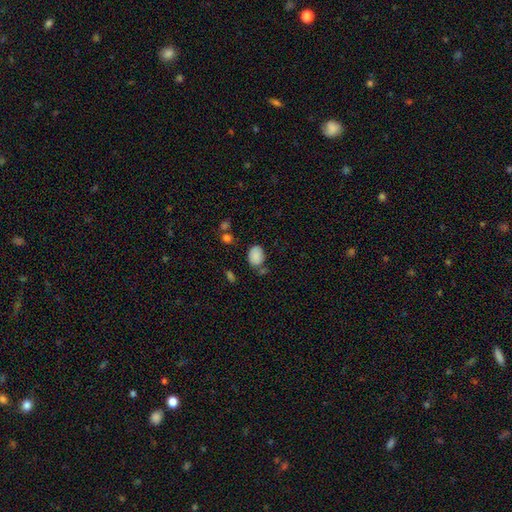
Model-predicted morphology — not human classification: Smooth or featured? smooth (86%)
How rounded? in between (73%)
Merging? none (66%)